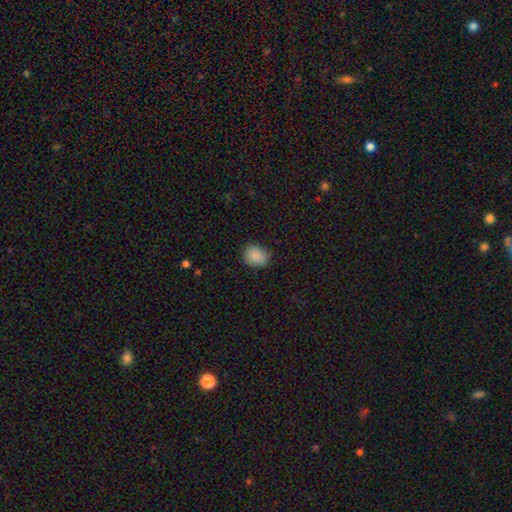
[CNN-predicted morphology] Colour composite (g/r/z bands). It shows a smooth galaxy with no disk features (87%) that is round (61%). Merging: none (78%).